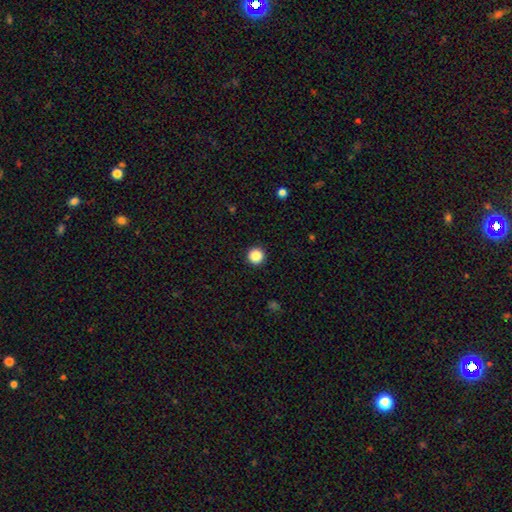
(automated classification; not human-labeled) Smooth or featured: smooth — 87% (star or artifact — 10%)
How rounded: round — 96% (in between — 3%)
Merging: none — 93% (minor disturbance — 4%)